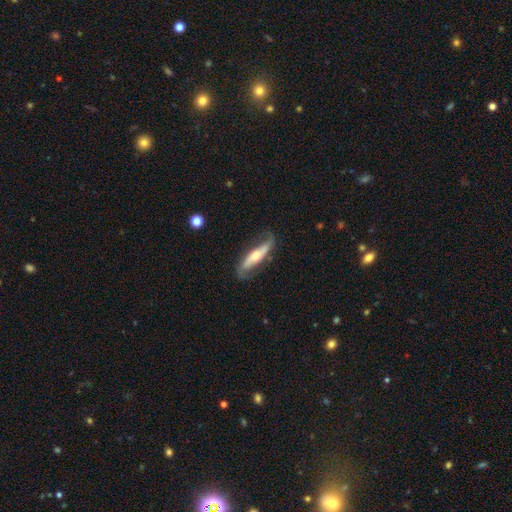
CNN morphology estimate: smooth_or_featured: featured or disk (p=0.72) [alt: smooth p=0.23]
disk_edge_on: no (p=0.60) [alt: yes p=0.40]
merging: none (p=0.70) [alt: minor disturbance p=0.20]